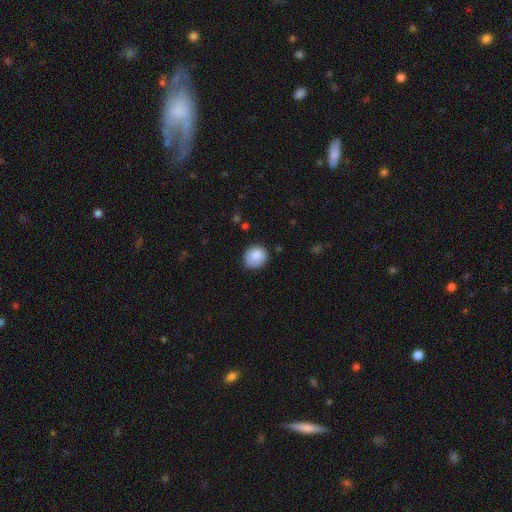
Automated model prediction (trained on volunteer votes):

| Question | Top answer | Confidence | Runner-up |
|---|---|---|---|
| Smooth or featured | smooth | 85% | star or artifact (8%) |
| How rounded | round | 77% | in between (22%) |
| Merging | none | 75% | minor disturbance (19%) |